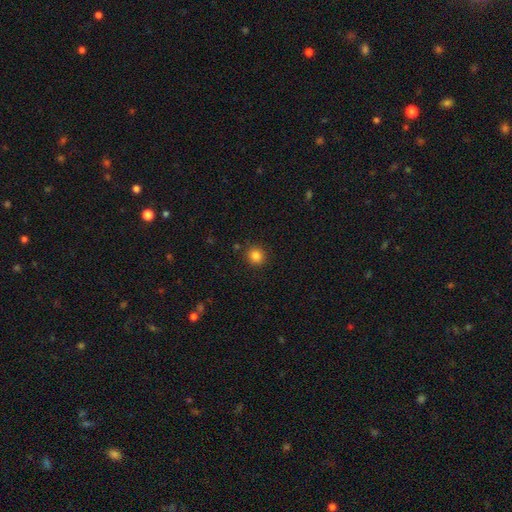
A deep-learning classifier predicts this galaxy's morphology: Overall: smooth (84%). How rounded: round (90%). Merging: none (89%).